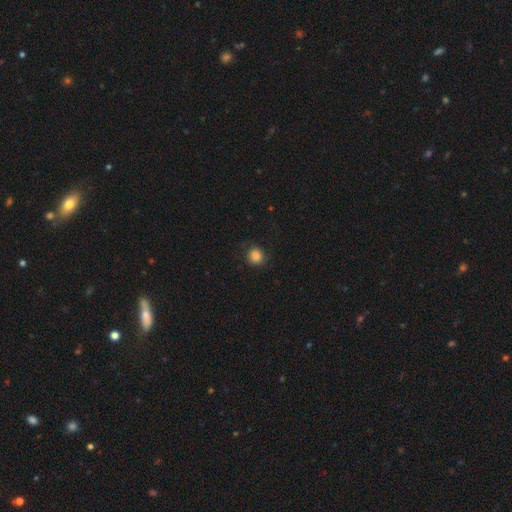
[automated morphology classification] Overall: smooth (85%). How rounded: round (89%). Merging: none (84%).